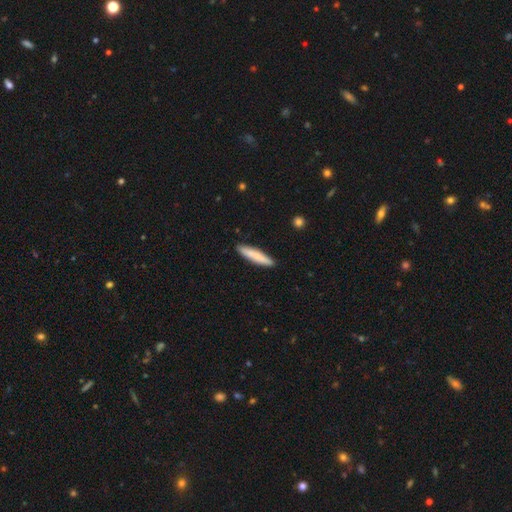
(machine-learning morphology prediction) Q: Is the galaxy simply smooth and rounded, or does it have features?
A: smooth — 77%.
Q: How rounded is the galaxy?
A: cigar-shaped — 87%.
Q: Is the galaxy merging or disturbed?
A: none — 89%.